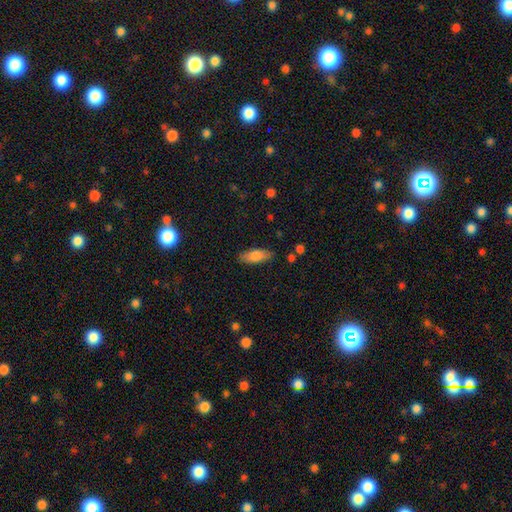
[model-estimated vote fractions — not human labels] smooth_or_featured: smooth (p=0.80) [alt: featured or disk p=0.14]
how_rounded: in between (p=0.75) [alt: cigar-shaped p=0.23]
merging: none (p=0.83) [alt: minor disturbance p=0.12]